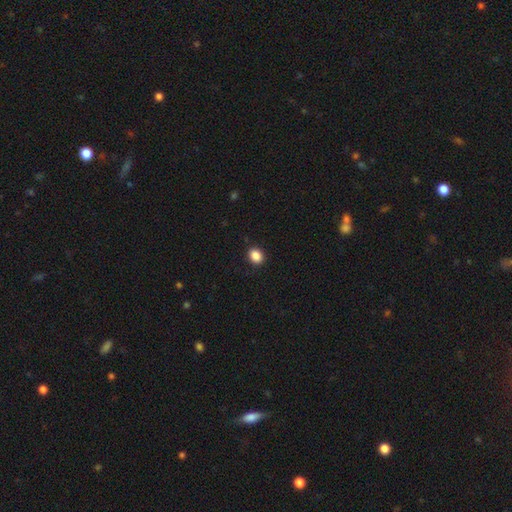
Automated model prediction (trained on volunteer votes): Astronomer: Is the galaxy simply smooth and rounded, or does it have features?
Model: smooth — 88%.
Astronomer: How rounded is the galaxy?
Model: in between — 51% (runner-up: round, 48%).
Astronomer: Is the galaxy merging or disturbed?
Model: none — 90%.